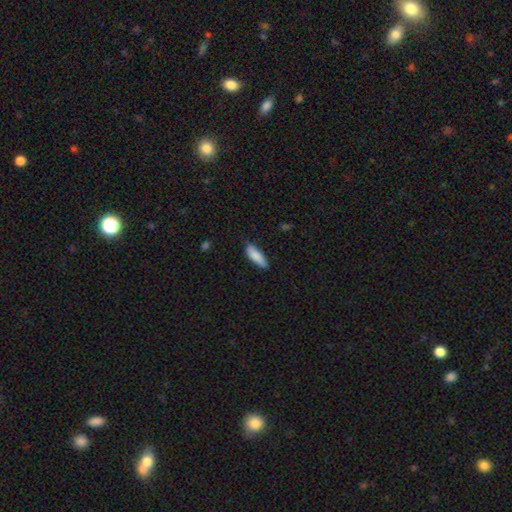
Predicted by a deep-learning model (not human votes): Smooth or featured? smooth (86%)
How rounded? in between (57%)
Merging? none (75%)